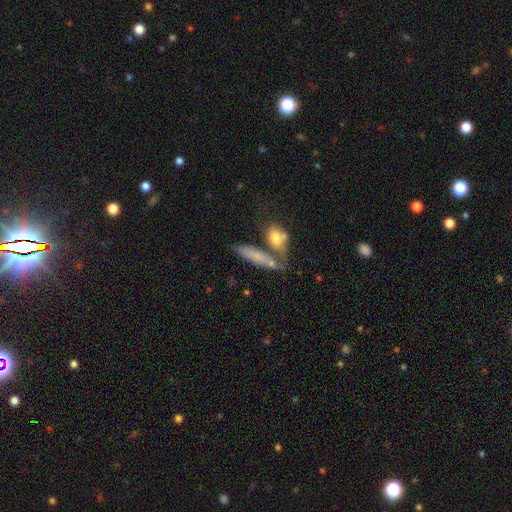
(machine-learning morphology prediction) Q: Smooth or featured?
A: smooth (71%); runner-up: featured or disk (21%)
Q: How rounded?
A: cigar-shaped (57%); runner-up: in between (38%)
Q: Merging?
A: none (47%); runner-up: merger (33%)